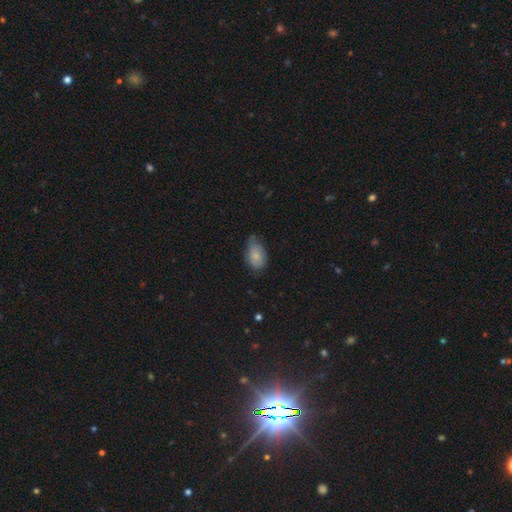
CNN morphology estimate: Q: Smooth or featured?
A: smooth (77%); runner-up: featured or disk (16%)
Q: How rounded?
A: in between (90%); runner-up: round (9%)
Q: Merging?
A: minor disturbance (45%); runner-up: none (42%)